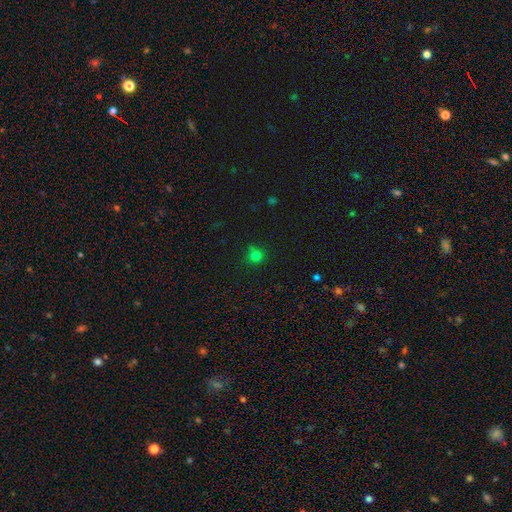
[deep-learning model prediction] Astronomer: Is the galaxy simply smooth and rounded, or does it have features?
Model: smooth — 75%.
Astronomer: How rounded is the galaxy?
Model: round — 90%.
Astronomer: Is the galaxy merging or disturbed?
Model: none — 76%.